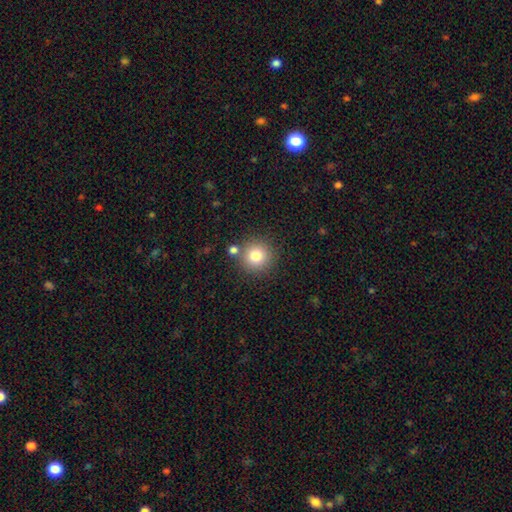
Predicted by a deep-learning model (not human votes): Morphology: type=smooth (80%); roundness=round (94%); merging=none (79%).